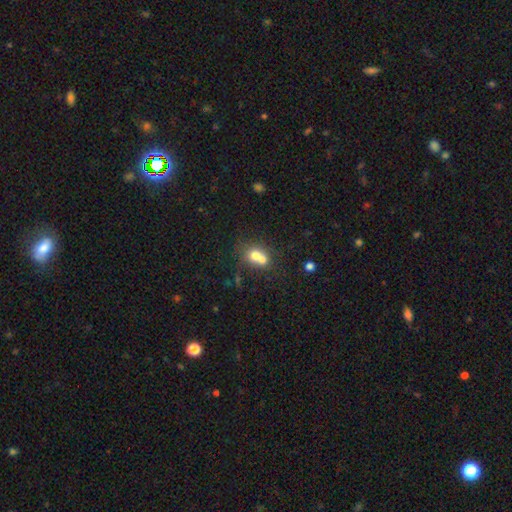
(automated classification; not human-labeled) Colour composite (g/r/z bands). It shows a smooth galaxy with no disk features (69%) that is round (62%). Merging: merger (62%).